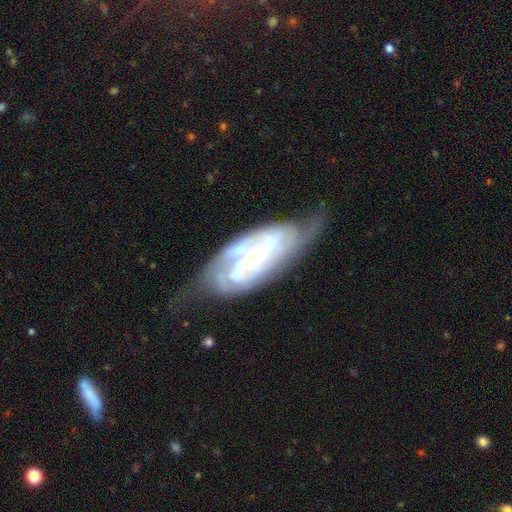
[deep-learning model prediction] smooth_or_featured: featured or disk (p=0.81) [alt: smooth p=0.12]
disk_edge_on: no (p=0.92) [alt: yes p=0.08]
bar: no (p=0.51) [alt: weak p=0.32]
has_spiral_arms: yes (p=0.88) [alt: no p=0.12]
spiral_winding: tight (p=0.49) [alt: medium p=0.38]
spiral_arm_count: 2 (p=0.46) [alt: can't tell p=0.30]
bulge_size: small (p=0.62) [alt: moderate p=0.25]
merging: none (p=0.47) [alt: minor disturbance p=0.26]